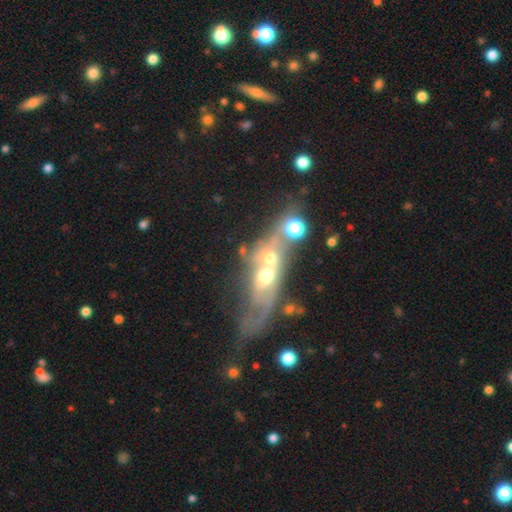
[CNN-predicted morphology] Smooth or featured? featured or disk (60%)
Edge-on disk? no (83%)
Merging? merger (56%)